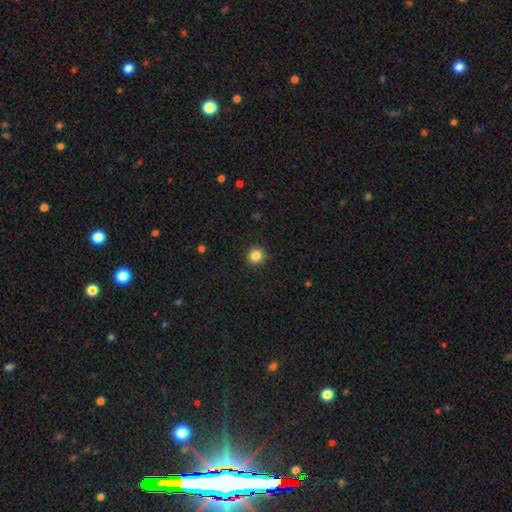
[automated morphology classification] A smooth galaxy with no disk features (85%) that is round (94%). Merging: none (92%).